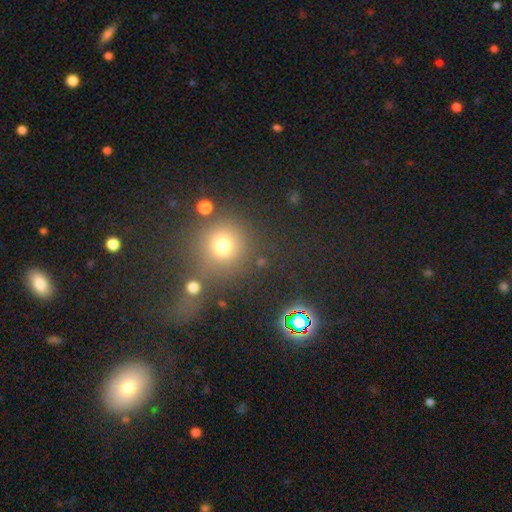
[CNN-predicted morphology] smooth-or-featured: smooth: 56% | star or artifact: 36% | featured or disk: 8%
  how-rounded: round: 89% | in between: 9% | cigar-shaped: 1%
  merging: none: 75% | merger: 10% | minor disturbance: 10% | major disturbance: 6%